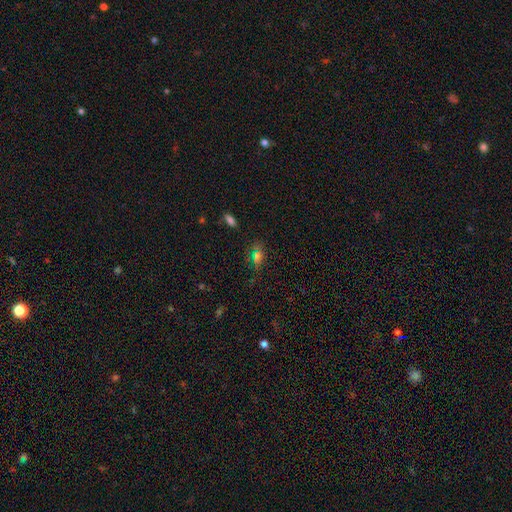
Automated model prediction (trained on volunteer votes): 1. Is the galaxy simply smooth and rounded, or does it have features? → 56% smooth, 34% star or artifact, 10% featured or disk.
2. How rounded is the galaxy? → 77% in between, 15% round, 8% cigar-shaped.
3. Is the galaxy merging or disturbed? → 73% none, 17% minor disturbance, 6% major disturbance, 4% merger.